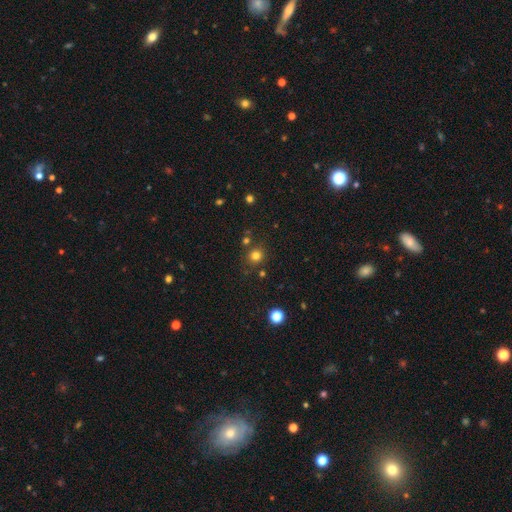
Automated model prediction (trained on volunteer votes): Smooth or featured? smooth (78%)
How rounded? round (90%)
Merging? none (81%)